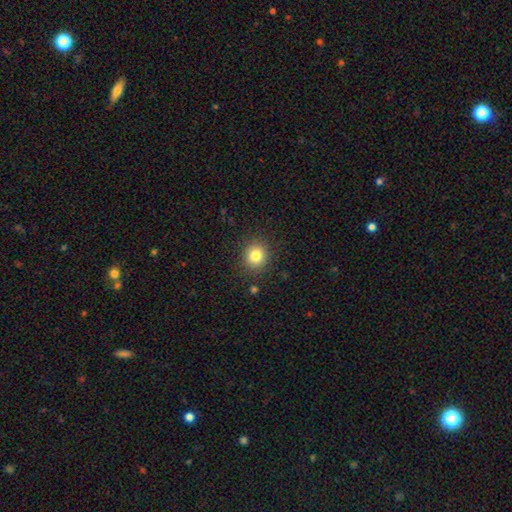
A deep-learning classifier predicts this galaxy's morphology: Q: Smooth or featured?
A: smooth (82%); runner-up: star or artifact (11%)
Q: How rounded?
A: round (84%); runner-up: in between (15%)
Q: Merging?
A: none (89%); runner-up: minor disturbance (7%)